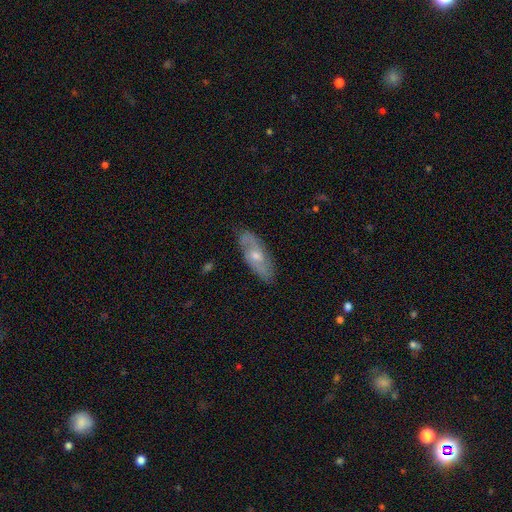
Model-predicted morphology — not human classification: Q: Smooth or featured?
A: featured or disk (62%); runner-up: smooth (30%)
Q: Edge-on disk?
A: no (79%); runner-up: yes (21%)
Q: Merging?
A: none (82%); runner-up: minor disturbance (14%)